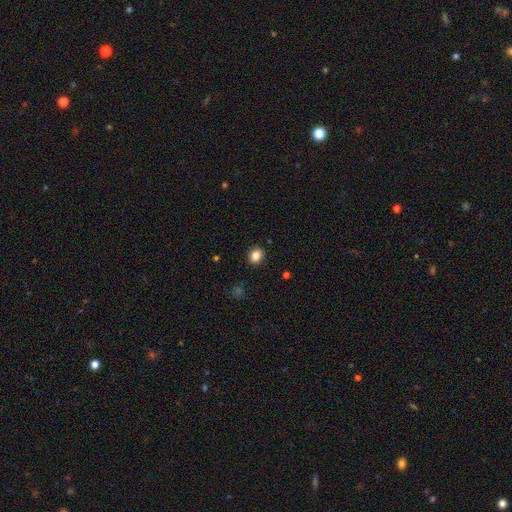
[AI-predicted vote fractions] A smooth galaxy with no disk features (84%) that is round (63%). Merging: none (91%).